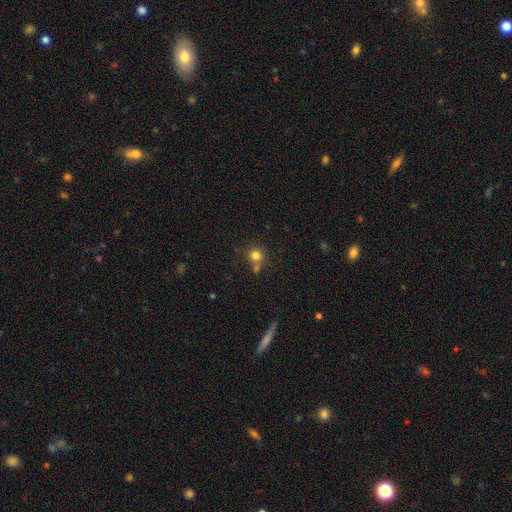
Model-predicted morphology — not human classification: This is likely a smooth galaxy (80%). How rounded: clearly round (90%). Merging: likely none (63%).